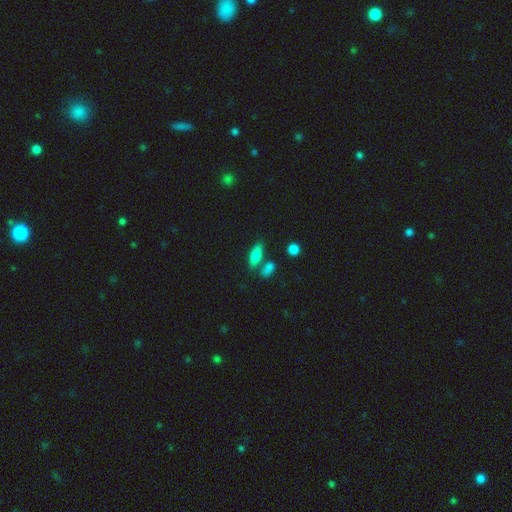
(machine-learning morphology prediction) The model was most divided on "how rounded": in between: 68%, cigar-shaped: 28%, round: 4%. More confident: smooth or featured — smooth (78%); merging — none (61%).